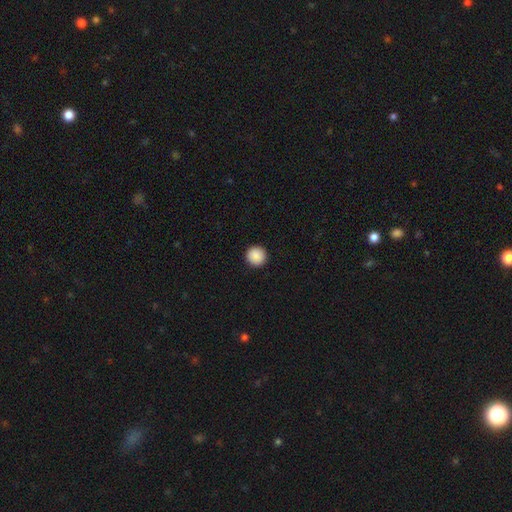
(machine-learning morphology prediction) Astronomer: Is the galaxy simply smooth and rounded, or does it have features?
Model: smooth — 89%.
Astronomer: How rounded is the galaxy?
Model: round — 96%.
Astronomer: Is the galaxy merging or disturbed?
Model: none — 94%.